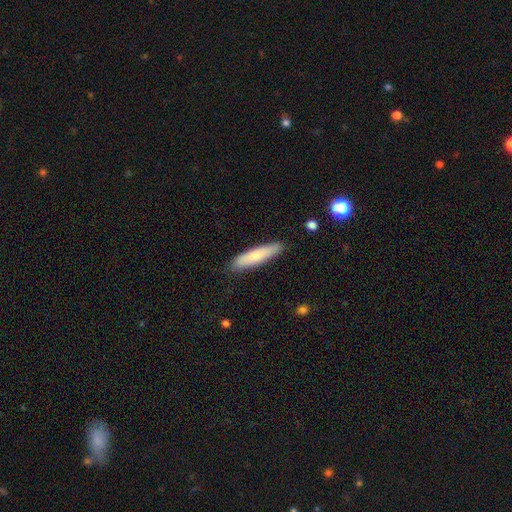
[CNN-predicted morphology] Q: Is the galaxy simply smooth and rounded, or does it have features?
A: smooth — 72%.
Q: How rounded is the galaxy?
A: cigar-shaped — 78%.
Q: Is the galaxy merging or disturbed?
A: none — 86%.